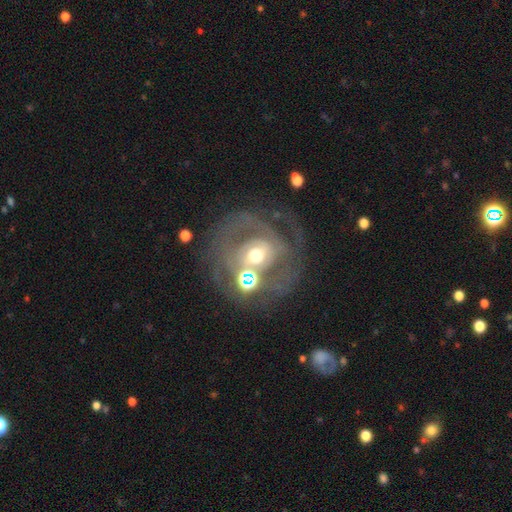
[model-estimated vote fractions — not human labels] The model was most divided on "bar": no: 50%, weak: 32%, strong: 18%. Remaining: edge-on disk — no (96%); smooth or featured — featured or disk (75%); spiral arms — yes (69%); bulge size — moderate (55%); merging — none (49%).